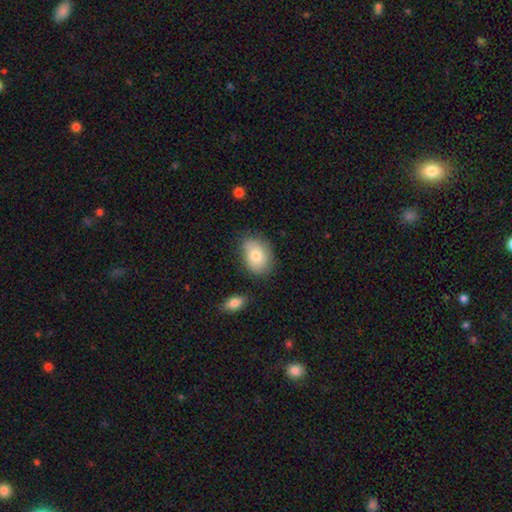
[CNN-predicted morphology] This appears to be a smooth galaxy with no disk features (78%) that is in between round and cigar-shaped (80%). Merging: none (70%).